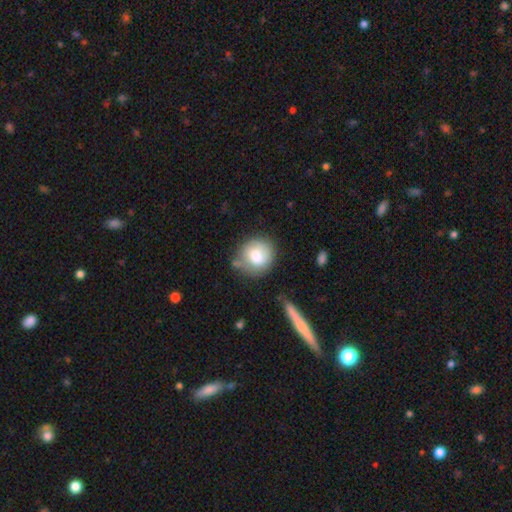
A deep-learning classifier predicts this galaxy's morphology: Smooth or featured: smooth — 76% (featured or disk — 16%)
How rounded: round — 83% (in between — 16%)
Merging: none — 61% (minor disturbance — 24%)